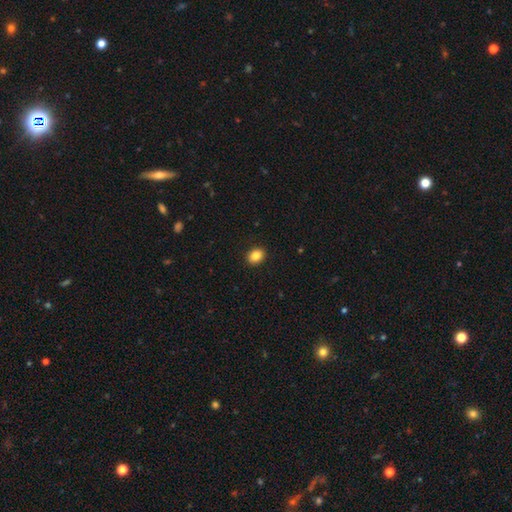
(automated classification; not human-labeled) smooth 86%, star or artifact 9%, featured or disk 5%. Down the decision tree: how rounded — in between (60%); merging — none (91%).